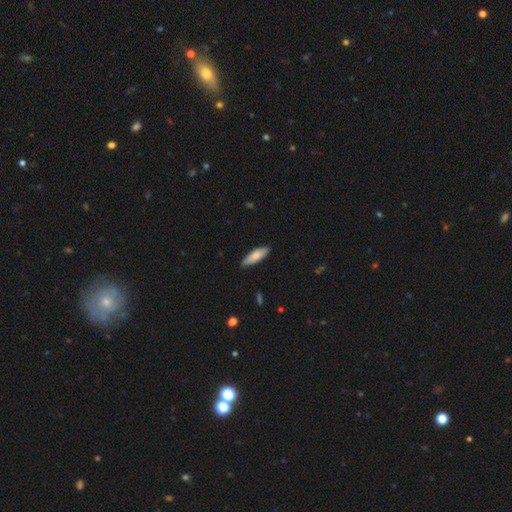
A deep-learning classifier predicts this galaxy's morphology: Overall: smooth (76%). How rounded: in between (50%; cigar-shaped 48%). Merging: none (87%).